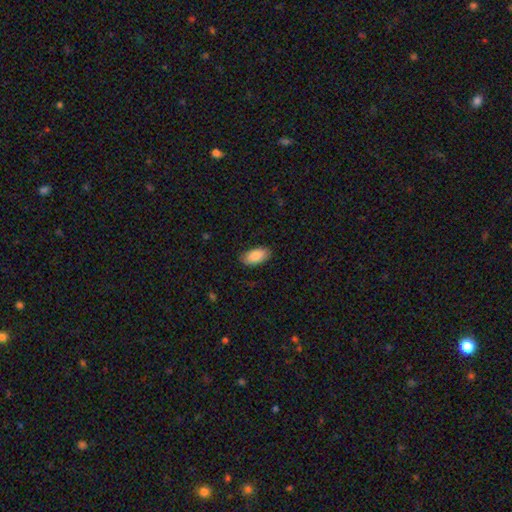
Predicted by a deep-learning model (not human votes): Smooth or featured?
  - smooth: 88% *
  - featured or disk: 6%
  - star or artifact: 6%
How rounded?
  - in between: 94% *
  - cigar-shaped: 3%
  - round: 2%
Merging?
  - none: 87% *
  - minor disturbance: 10%
  - major disturbance: 2%
  - merger: 1%